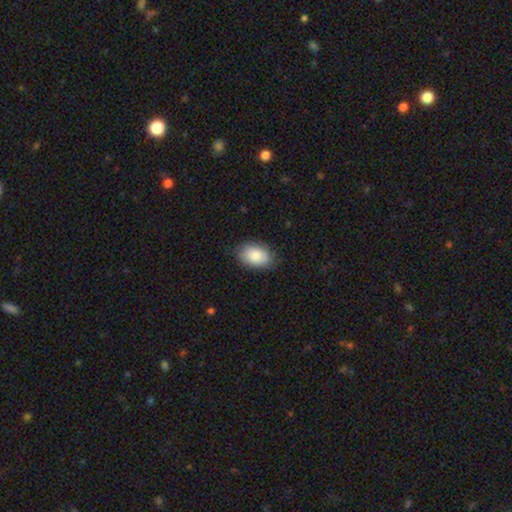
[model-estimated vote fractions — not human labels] This is clearly a smooth galaxy (85%). How rounded: clearly in between (88%). Merging: clearly none (83%).